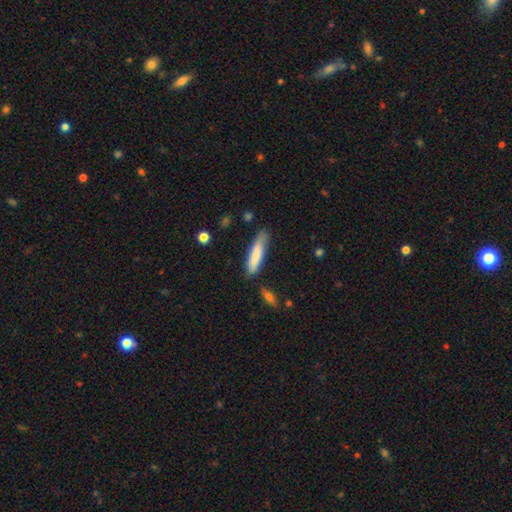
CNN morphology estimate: Overall: smooth (77%). How rounded: cigar-shaped (76%). Merging: none (71%).